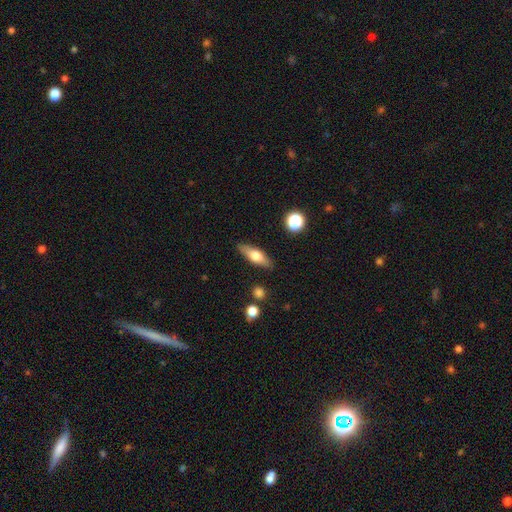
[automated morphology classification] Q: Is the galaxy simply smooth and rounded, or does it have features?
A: smooth — 62%.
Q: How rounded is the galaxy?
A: in between — 53%.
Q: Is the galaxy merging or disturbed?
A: none — 85%.